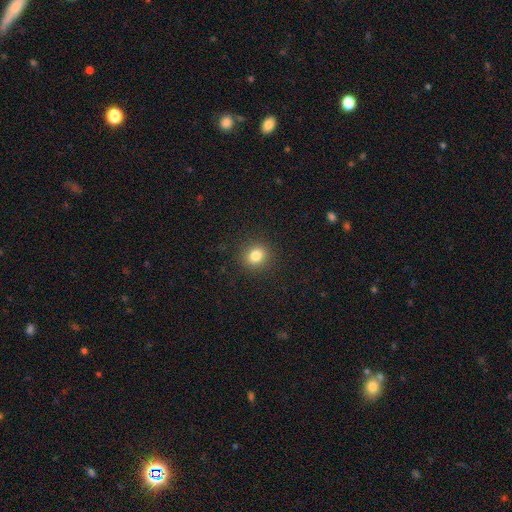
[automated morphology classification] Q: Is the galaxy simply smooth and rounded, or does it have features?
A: smooth — 82%.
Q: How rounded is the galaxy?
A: round — 77%.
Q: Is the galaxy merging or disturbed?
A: none — 90%.